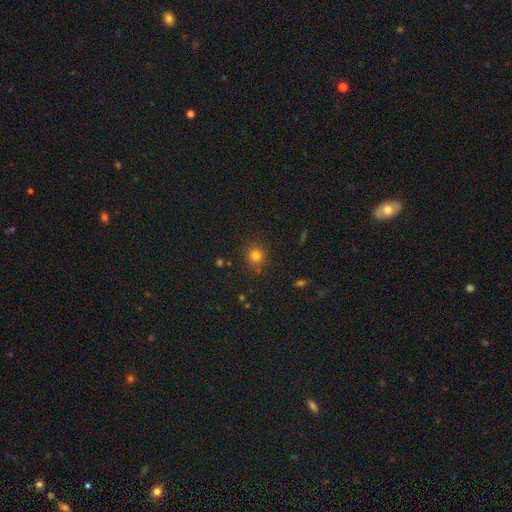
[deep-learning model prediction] Q: Smooth or featured?
A: smooth (79%); runner-up: star or artifact (15%)
Q: How rounded?
A: round (89%); runner-up: in between (10%)
Q: Merging?
A: none (86%); runner-up: minor disturbance (9%)